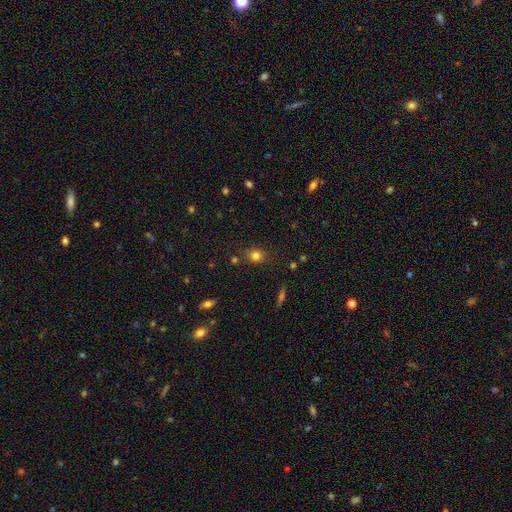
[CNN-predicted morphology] The model was most divided on "how rounded": round: 73%, in between: 26%, cigar-shaped: 1%. More confident: merging — none (81%); smooth or featured — smooth (78%).